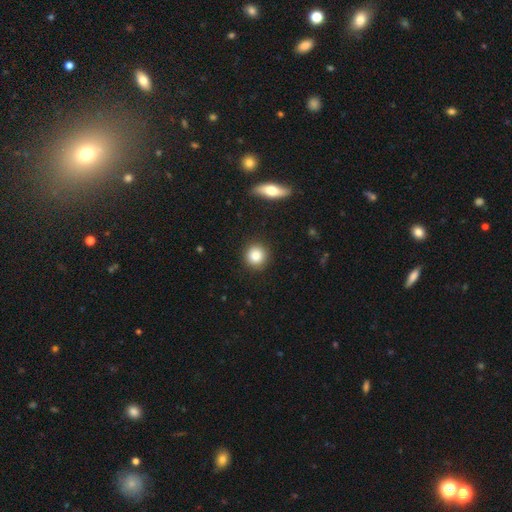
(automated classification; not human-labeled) A smooth galaxy with no disk features (85%) that is round (92%). Merging: none (90%).